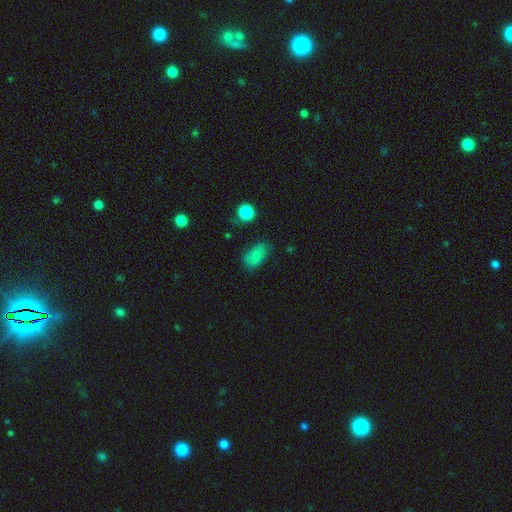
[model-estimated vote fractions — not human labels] Smooth or featured? smooth (79%)
How rounded? in between (88%)
Merging? none (65%)